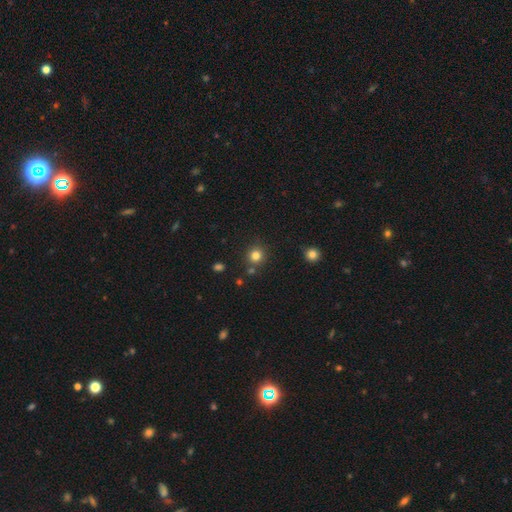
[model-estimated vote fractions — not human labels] smooth-or-featured: smooth: 82% | star or artifact: 13% | featured or disk: 5%
  how-rounded: round: 92% | in between: 8% | cigar-shaped: 1%
  merging: none: 82% | minor disturbance: 8% | merger: 7% | major disturbance: 3%